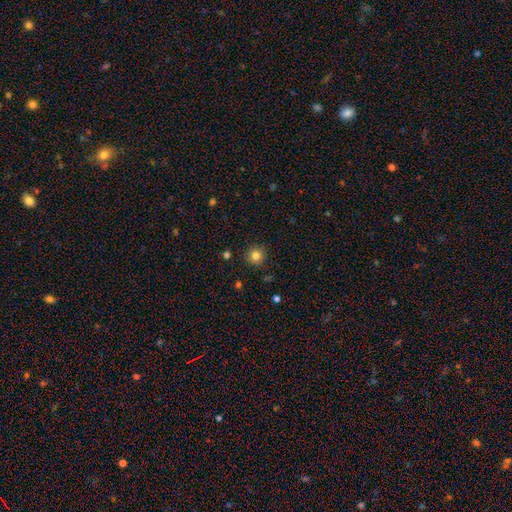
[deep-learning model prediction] Smooth or featured? Predicted: smooth (p=0.82). How rounded? Predicted: round (p=0.94). Merging? Predicted: none (p=0.90).